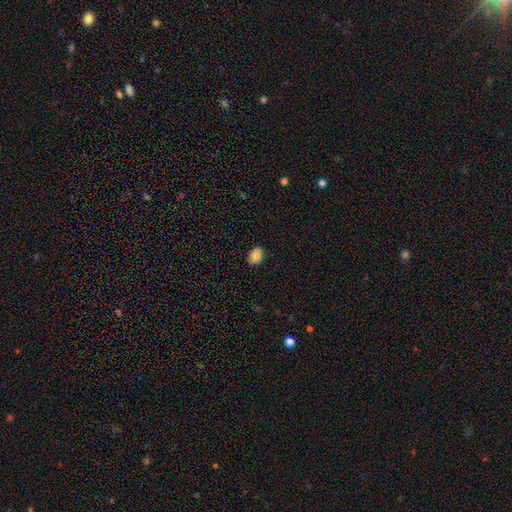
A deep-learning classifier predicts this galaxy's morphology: Smooth or featured? Predicted: smooth (p=0.82). How rounded? Predicted: in between (p=0.71). Merging? Predicted: none (p=0.87).